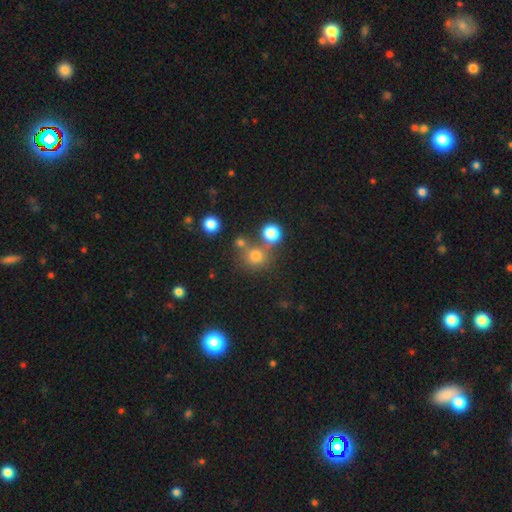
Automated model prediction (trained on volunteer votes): This is likely a smooth galaxy (72%). How rounded: clearly round (87%). Merging: likely none (64%).